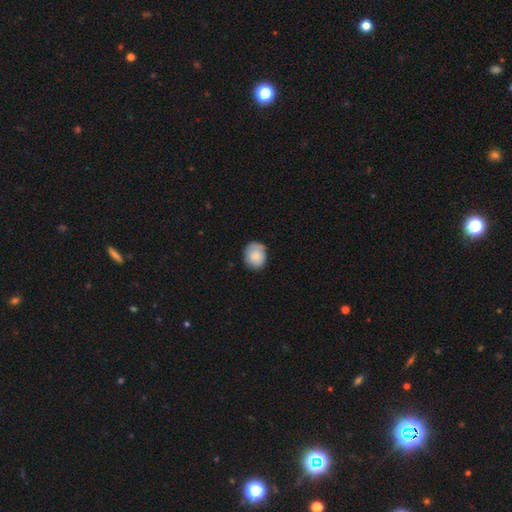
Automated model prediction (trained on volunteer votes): Morphology: type=smooth (82%); roundness=round (69%); merging=none (73%).